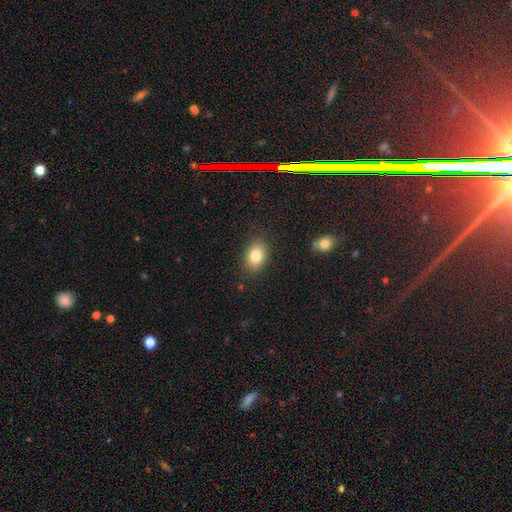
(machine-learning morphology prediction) smooth 82%, featured or disk 9%, star or artifact 9%. Down the decision tree: how rounded — in between (79%); merging — none (84%).